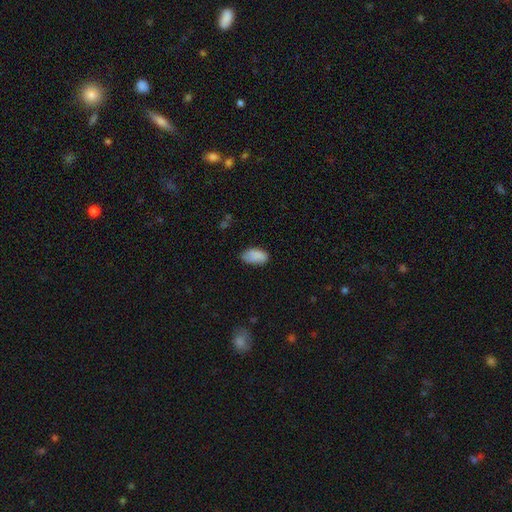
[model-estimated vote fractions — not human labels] Smooth or featured? smooth (85%)
How rounded? in between (94%)
Merging? none (66%)